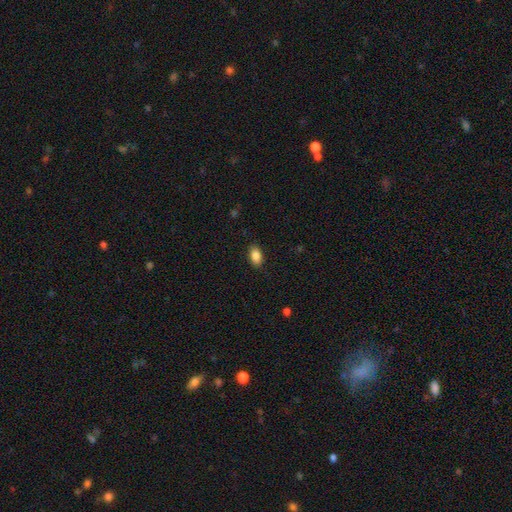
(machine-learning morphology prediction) smooth 87%, star or artifact 8%, featured or disk 5%. Down the decision tree: how rounded — in between (91%); merging — none (87%).